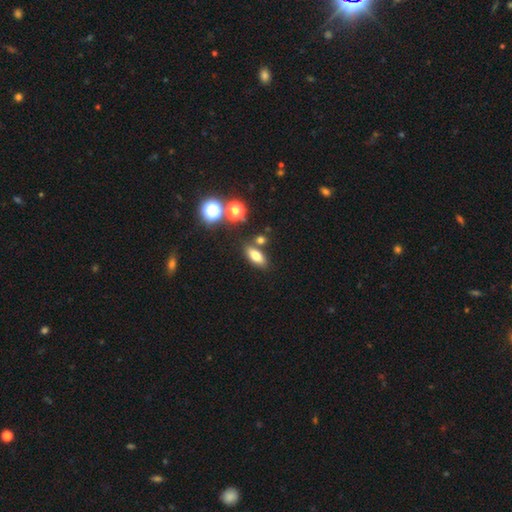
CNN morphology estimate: Smooth or featured: smooth — 75% (featured or disk — 13%)
How rounded: in between — 75% (cigar-shaped — 17%)
Merging: none — 76% (minor disturbance — 11%)